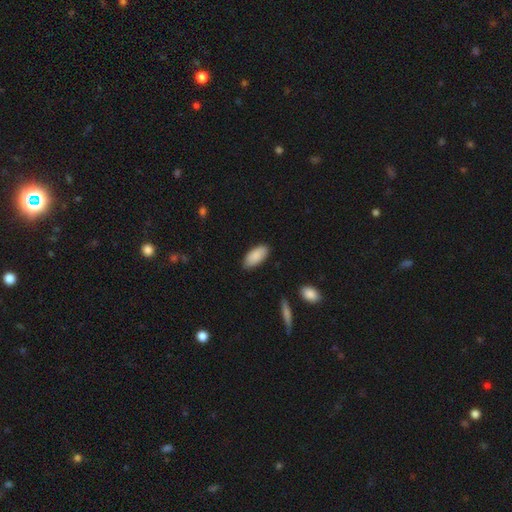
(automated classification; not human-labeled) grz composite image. It shows a smooth galaxy with no disk features (88%) that is in between round and cigar-shaped (90%). Merging: none (85%).